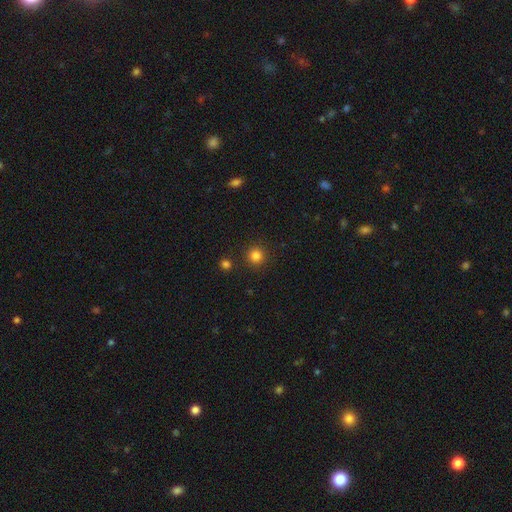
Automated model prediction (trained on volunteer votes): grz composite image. It shows a smooth galaxy with no disk features (83%) that is round (95%). Merging: none (90%).